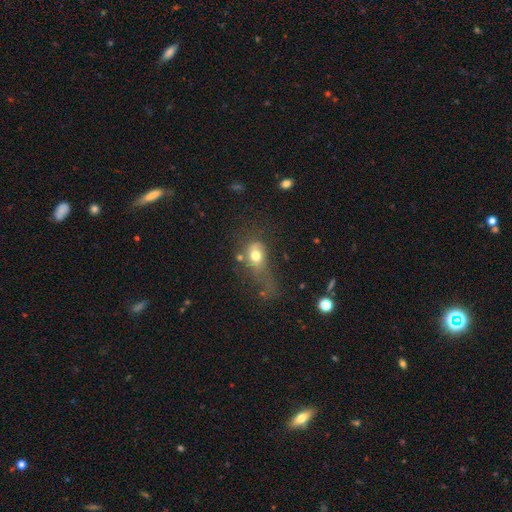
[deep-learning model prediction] Smooth or featured: smooth — 68% (featured or disk — 21%)
How rounded: in between — 63% (round — 34%)
Merging: major disturbance — 48% (none — 22%)